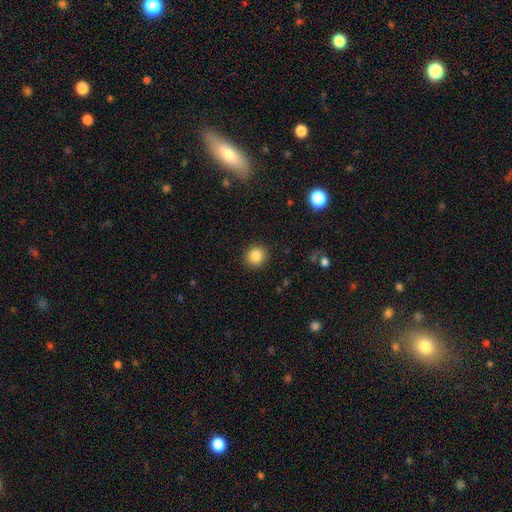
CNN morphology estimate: smooth-or-featured: smooth: 85% | star or artifact: 10% | featured or disk: 4%
  how-rounded: round: 91% | in between: 9% | cigar-shaped: 1%
  merging: none: 91% | minor disturbance: 6% | major disturbance: 2% | merger: 1%